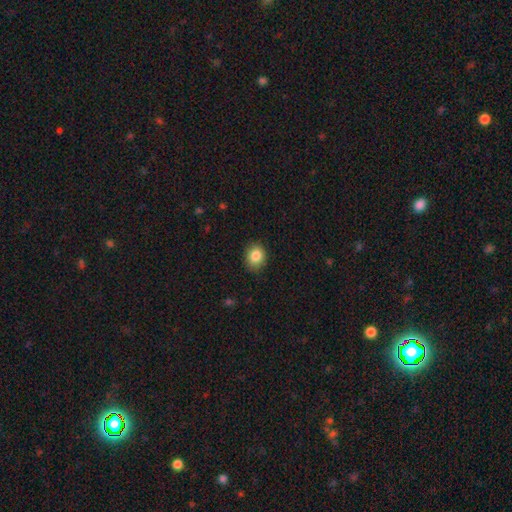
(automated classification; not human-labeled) smooth_or_featured: smooth (p=0.85) [alt: star or artifact p=0.09]
how_rounded: round (p=0.57) [alt: in between p=0.42]
merging: none (p=0.86) [alt: minor disturbance p=0.11]